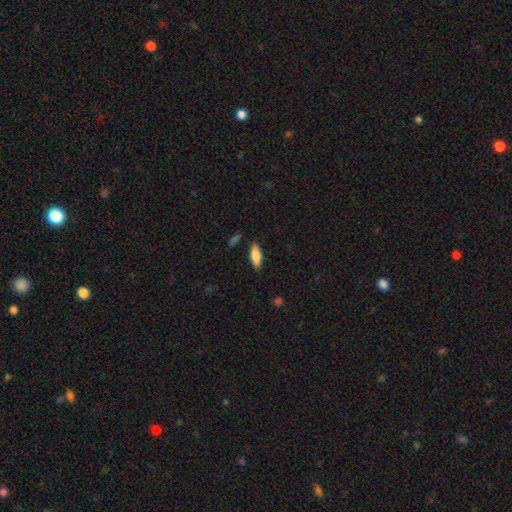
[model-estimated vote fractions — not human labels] A smooth galaxy with no disk features (82%) that is in between round and cigar-shaped (66%). Merging: none (85%).